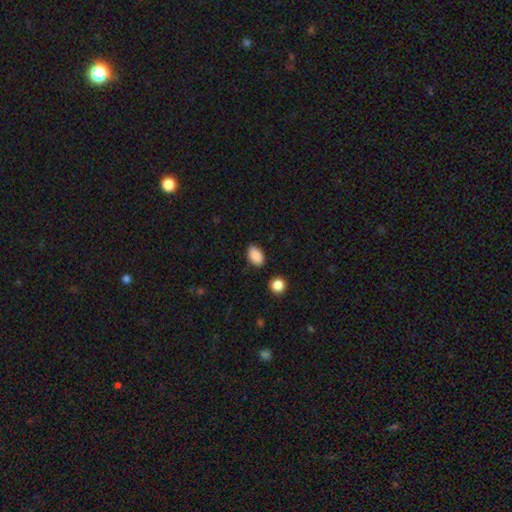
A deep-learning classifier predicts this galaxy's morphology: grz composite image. It shows a smooth galaxy with no disk features (88%) that is in between round and cigar-shaped (87%). Merging: none (79%).